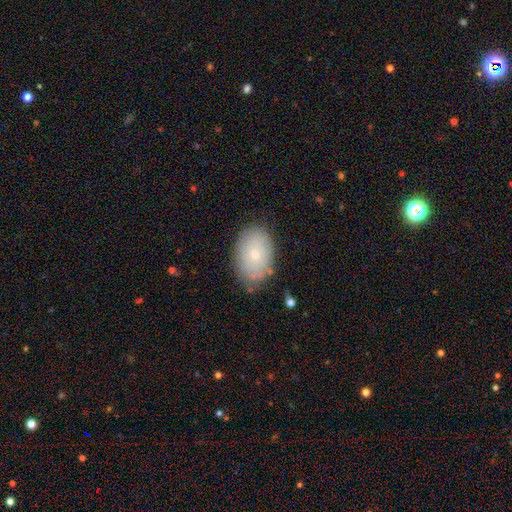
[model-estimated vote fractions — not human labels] Smooth or featured: smooth — 54% (featured or disk — 27%)
How rounded: in between — 86% (round — 12%)
Merging: none — 83% (minor disturbance — 13%)